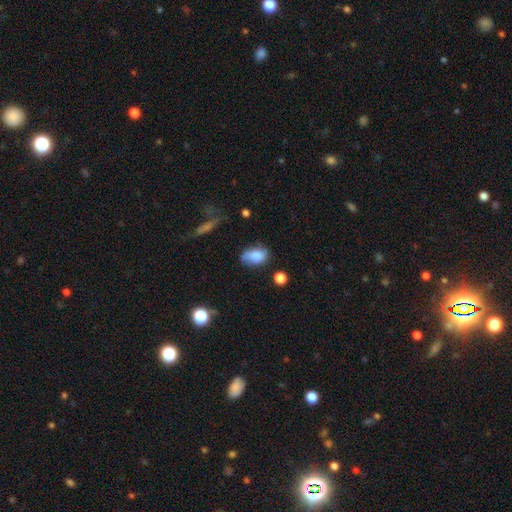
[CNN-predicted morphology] This appears to be a smooth galaxy with no disk features (79%) that is in between round and cigar-shaped (88%). Merging: none (56%).